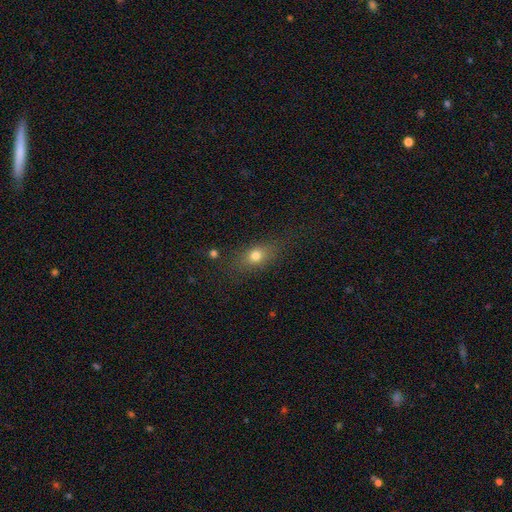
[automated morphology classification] A smooth galaxy with no disk features (73%) that is in between round and cigar-shaped (63%).

Vote fractions:
- Smooth or featured? smooth: 73% / featured or disk: 14% / star or artifact: 13%
- How rounded? in between: 63% / round: 29% / cigar-shaped: 9%
- Merging? none: 75% / minor disturbance: 16% / major disturbance: 7% / merger: 3%